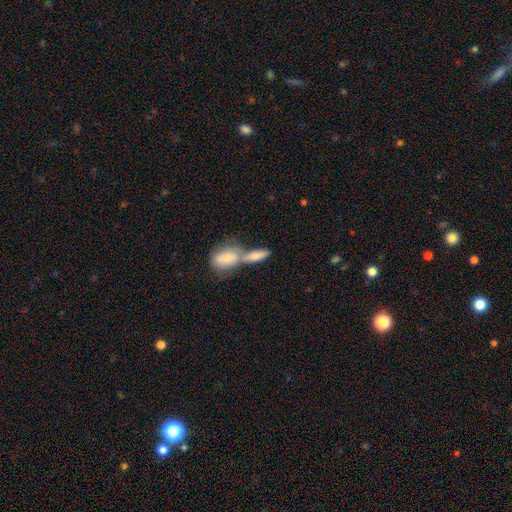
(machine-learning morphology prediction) This appears to be a smooth galaxy with no disk features (75%) that is in between round and cigar-shaped (66%). Merging: merger (61%).